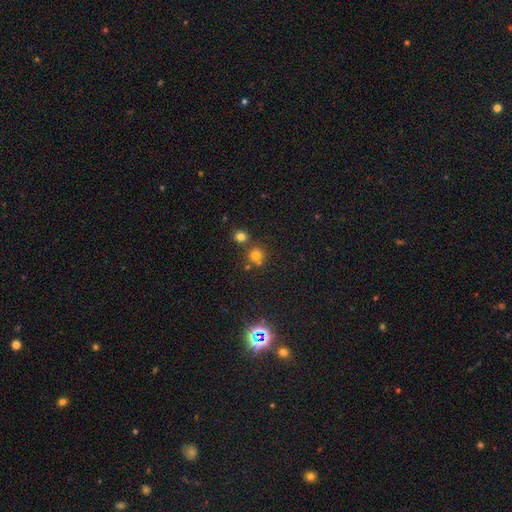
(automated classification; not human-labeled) Q: Smooth or featured?
A: smooth (71%); runner-up: star or artifact (21%)
Q: How rounded?
A: round (92%); runner-up: in between (8%)
Q: Merging?
A: none (65%); runner-up: merger (24%)